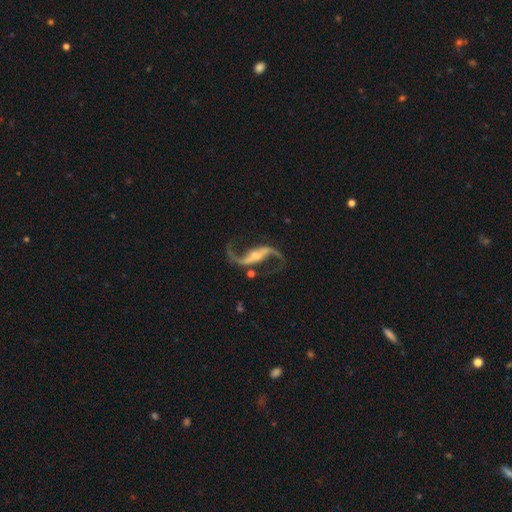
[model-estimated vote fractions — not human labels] smooth_or_featured: featured or disk (p=0.92) [alt: star or artifact p=0.04]
disk_edge_on: no (p=0.95) [alt: yes p=0.05]
bar: strong (p=0.49) [alt: weak p=0.30]
has_spiral_arms: yes (p=0.98) [alt: no p=0.02]
spiral_winding: loose (p=0.86) [alt: medium p=0.11]
spiral_arm_count: 2 (p=0.94) [alt: 1 p=0.02]
bulge_size: small (p=0.51) [alt: moderate p=0.37]
merging: none (p=0.77) [alt: minor disturbance p=0.12]